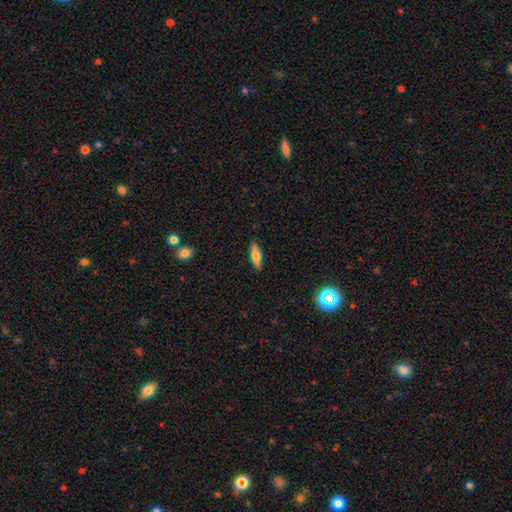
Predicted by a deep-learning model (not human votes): A smooth galaxy with no disk features (63%) that is cigar-shaped (59%). Merging: none (88%).